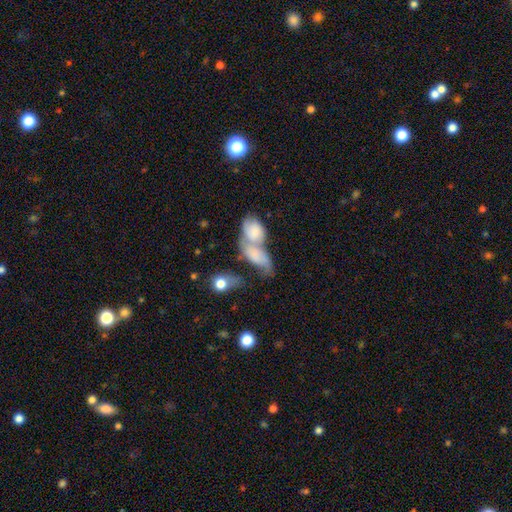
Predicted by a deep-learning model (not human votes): Q: Smooth or featured?
A: smooth (62%); runner-up: featured or disk (30%)
Q: How rounded?
A: in between (84%); runner-up: round (9%)
Q: Merging?
A: merger (71%); runner-up: none (14%)